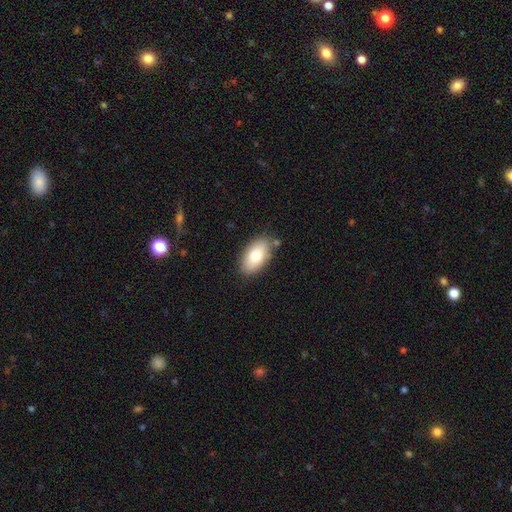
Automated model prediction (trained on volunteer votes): This appears to be a smooth galaxy with no disk features (76%) that is in between round and cigar-shaped (94%). Merging: none (82%).